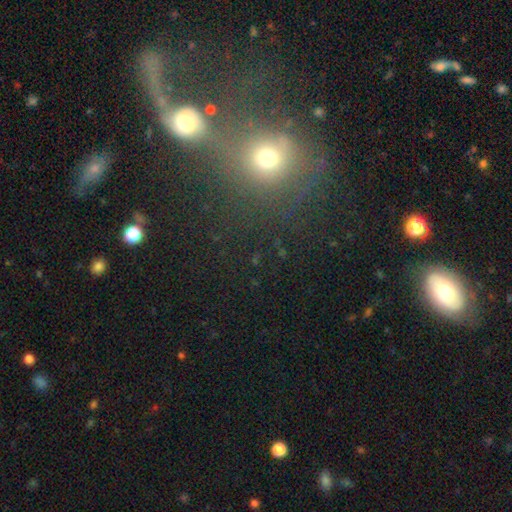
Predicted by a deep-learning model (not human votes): Smooth or featured?
  - smooth: 44% *
  - star or artifact: 36%
  - featured or disk: 20%
Merging?
  - none: 54% *
  - merger: 25%
  - minor disturbance: 11%
  - major disturbance: 11%